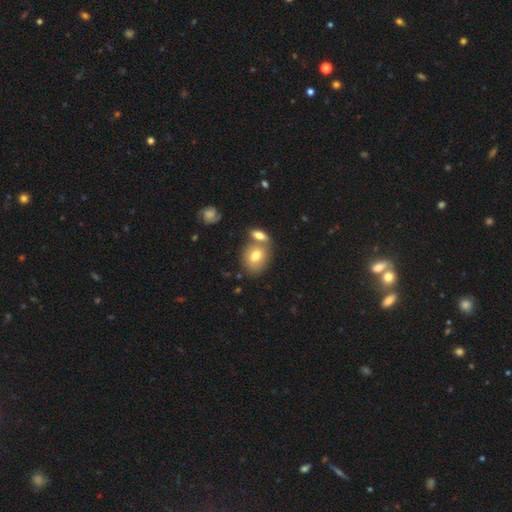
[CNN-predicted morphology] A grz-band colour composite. It shows a smooth galaxy with no disk features (75%) that is in between round and cigar-shaped (57%). Merging: none (51%).